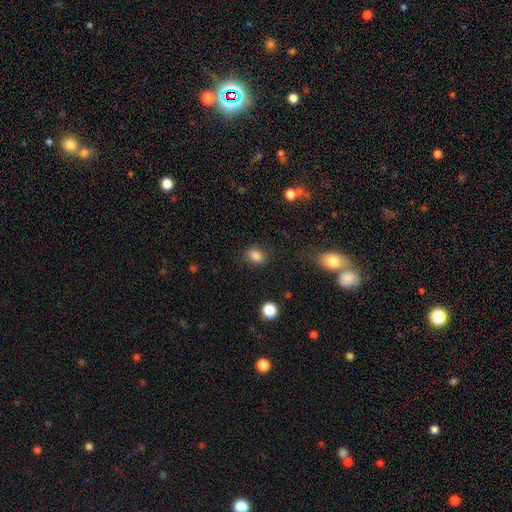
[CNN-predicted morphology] Smooth or featured? Predicted: smooth (p=0.85). How rounded? Predicted: in between (p=0.50). Merging? Predicted: none (p=0.85).